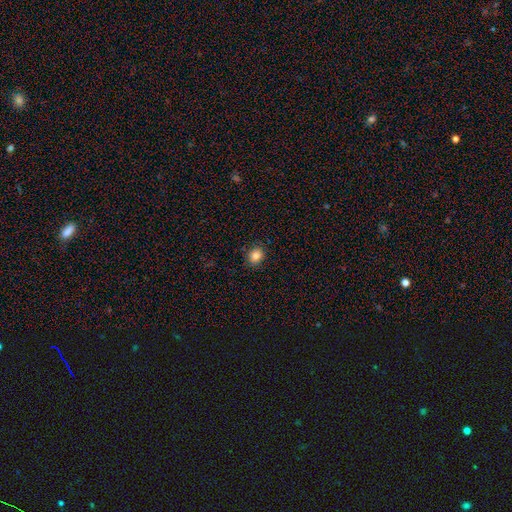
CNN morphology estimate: A smooth galaxy with no disk features (84%) that is round (59%).

Vote fractions:
- Smooth or featured? smooth: 84% / star or artifact: 11% / featured or disk: 5%
- How rounded? round: 59% / in between: 40% / cigar-shaped: 1%
- Merging? none: 88% / minor disturbance: 9% / major disturbance: 2% / merger: 1%